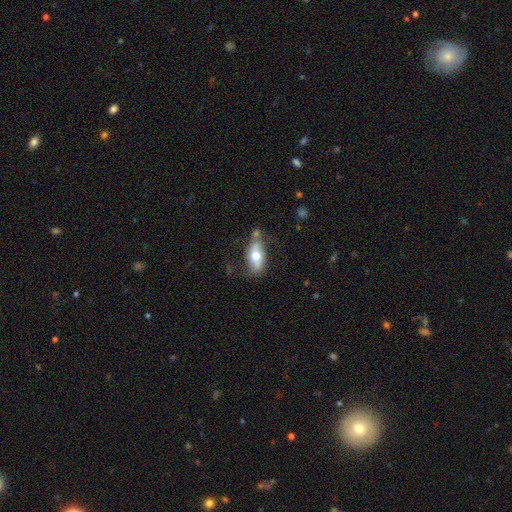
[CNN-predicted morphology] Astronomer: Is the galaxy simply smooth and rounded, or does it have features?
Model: smooth — 59% (runner-up: featured or disk, 34%).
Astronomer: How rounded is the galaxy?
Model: in between — 83%.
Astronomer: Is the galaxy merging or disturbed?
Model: none — 61%.